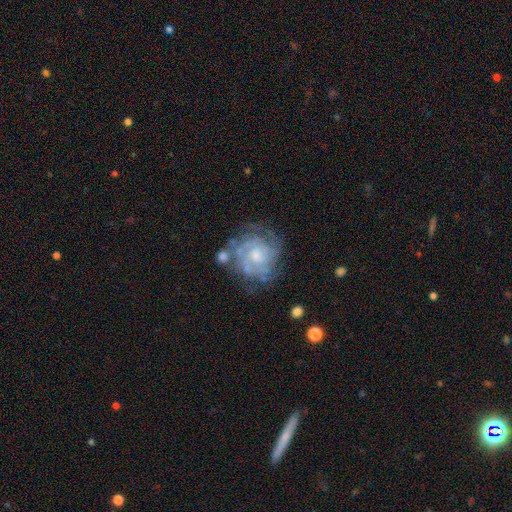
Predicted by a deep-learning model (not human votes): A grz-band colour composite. It shows a featured or disk galaxy (79%) with no bar (70%), tight (67%) spiral arms (88%) and a small central bulge (47%). Merging: none (62%).